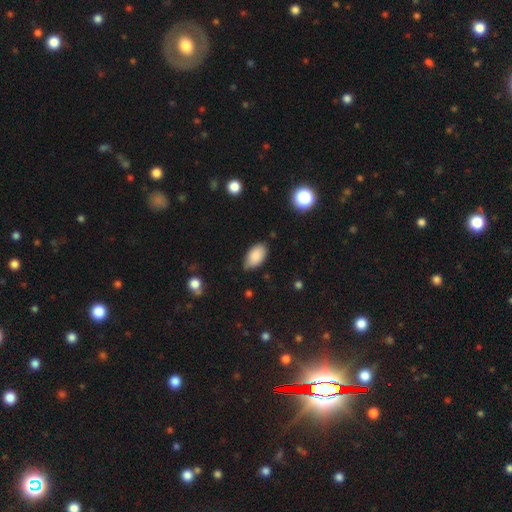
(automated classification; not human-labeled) smooth_or_featured: smooth (p=0.88) [alt: star or artifact p=0.07]
how_rounded: in between (p=0.94) [alt: round p=0.04]
merging: none (p=0.73) [alt: minor disturbance p=0.22]